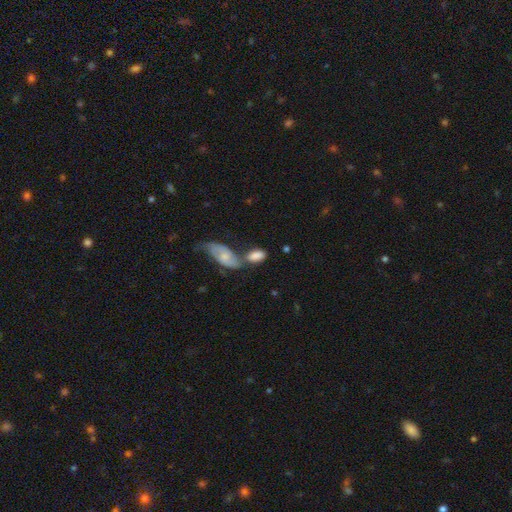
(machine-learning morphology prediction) type=smooth (73%); roundness=in between (89%); merging=merger (51%).